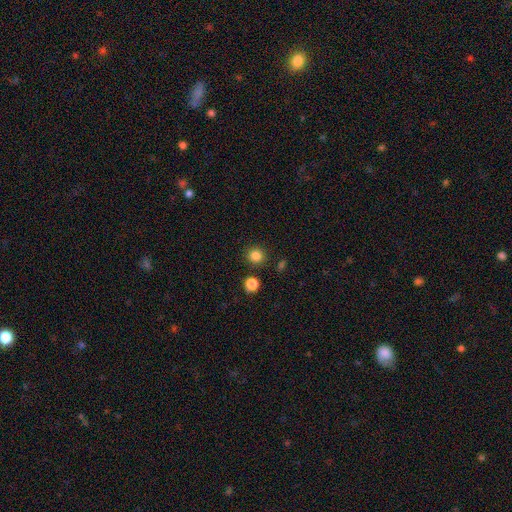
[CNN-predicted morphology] Smooth or featured?
  - smooth: 83% *
  - star or artifact: 13%
  - featured or disk: 4%
How rounded?
  - round: 92% *
  - in between: 7%
  - cigar-shaped: 1%
Merging?
  - none: 88% *
  - minor disturbance: 6%
  - merger: 4%
  - major disturbance: 2%